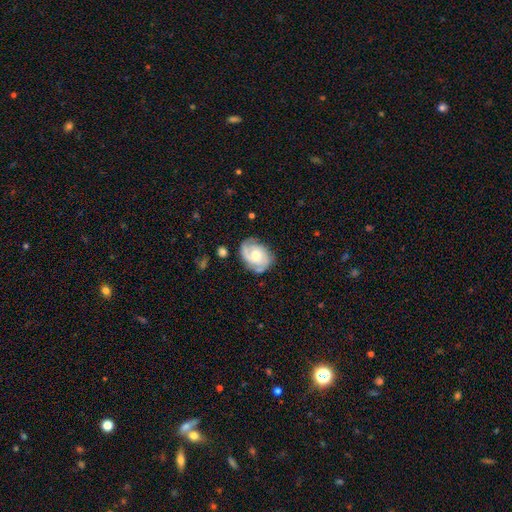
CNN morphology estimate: This is likely a featured or disk galaxy (72%). It is clearly not viewed edge-on (97%). Bar: likely no (71%). Spiral arm pattern: clearly yes (91%). Spiral arm count: possibly 2 (55%). Spiral winding: possibly tight (47%). Central bulge: possibly moderate (56%). Merging: likely none (69%).